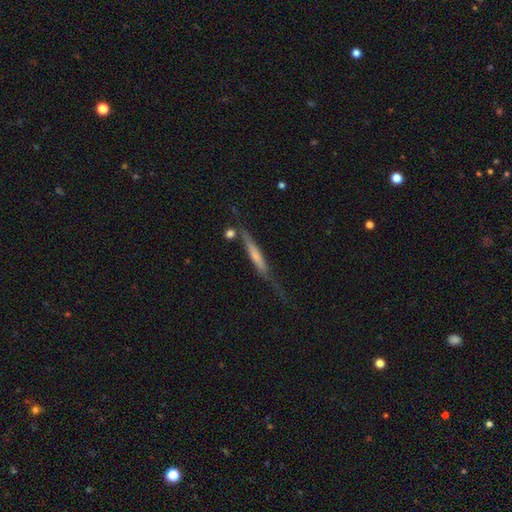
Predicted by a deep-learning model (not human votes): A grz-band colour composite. It shows a featured or disk galaxy (50%). Merging: none (55%).